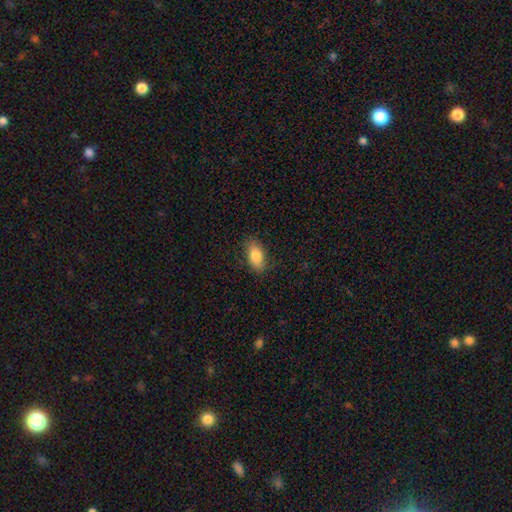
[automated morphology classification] Overall: smooth (83%). How rounded: in between (90%). Merging: none (85%).